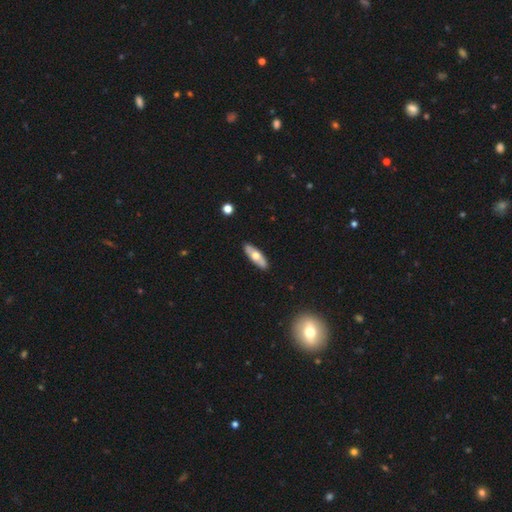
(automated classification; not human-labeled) Morphology: type=smooth (53%); roundness=in between (54%); merging=none (88%).